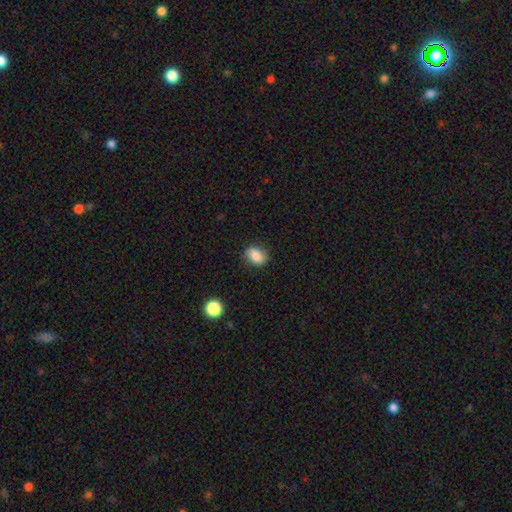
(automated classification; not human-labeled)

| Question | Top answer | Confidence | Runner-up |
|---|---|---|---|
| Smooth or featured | smooth | 82% | star or artifact (9%) |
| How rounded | in between | 69% | round (30%) |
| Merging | none | 82% | minor disturbance (14%) |